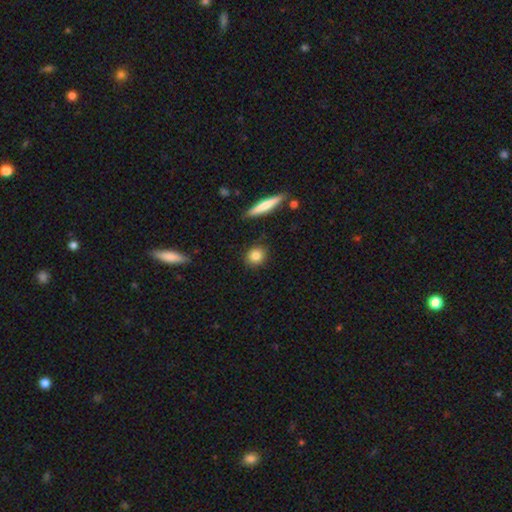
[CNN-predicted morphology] Smooth or featured? smooth (84%)
How rounded? round (77%)
Merging? none (86%)